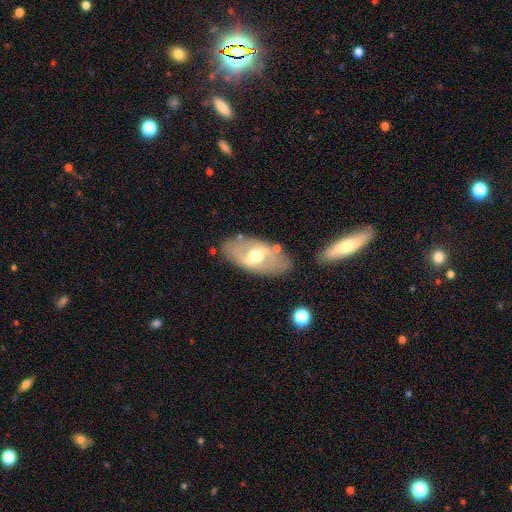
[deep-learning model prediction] Smooth or featured? featured or disk (63%)
Edge-on disk? no (86%)
Bar? weak (40%)
Spiral arms? no (67%)
Bulge size? moderate (72%)
Merging? none (76%)